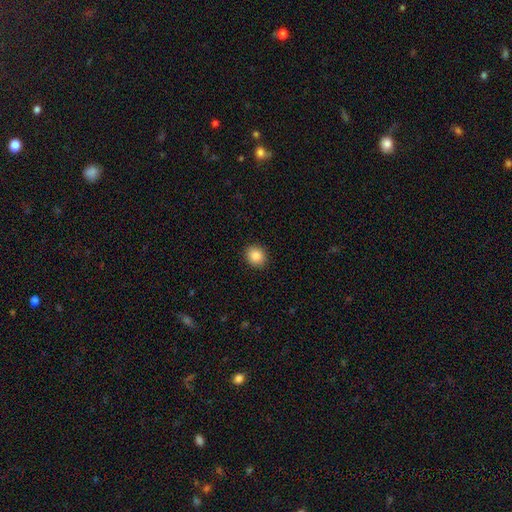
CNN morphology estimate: This appears to be a smooth galaxy with no disk features (85%) that is round (77%). Merging: none (91%).